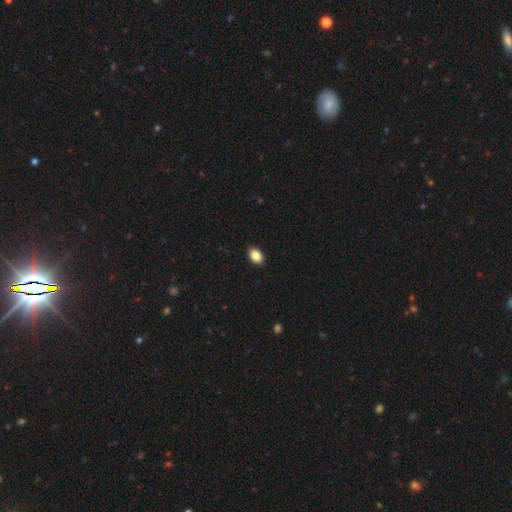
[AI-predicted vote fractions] smooth 87%, star or artifact 8%, featured or disk 5%. Down the decision tree: how rounded — in between (86%); merging — none (90%).